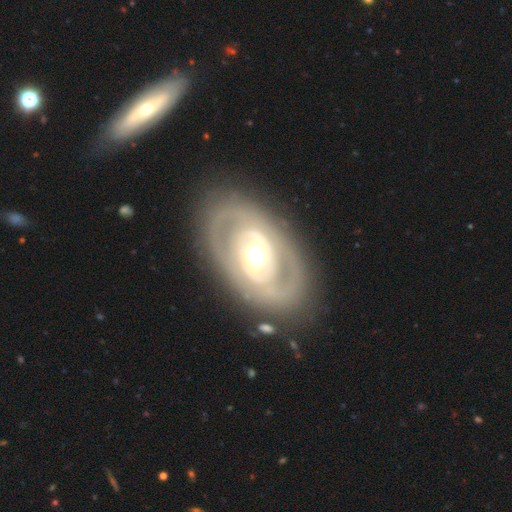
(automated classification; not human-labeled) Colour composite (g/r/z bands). It shows a featured or disk galaxy (82%) with no bar (49%), 2 (56%) tight (67%) spiral arms (66%) and a moderate central bulge (70%). Merging: none (81%).